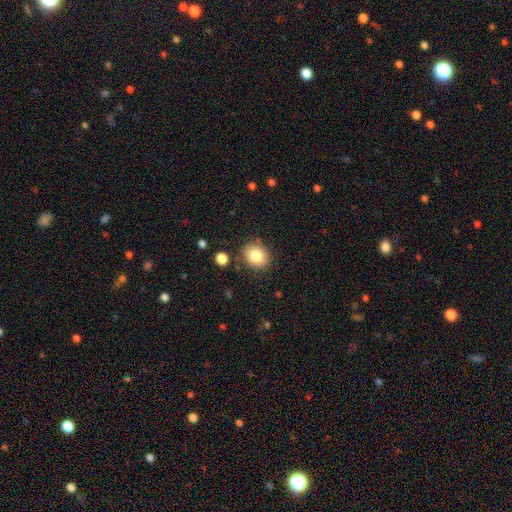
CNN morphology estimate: Smooth or featured? smooth (82%)
How rounded? round (69%)
Merging? none (84%)